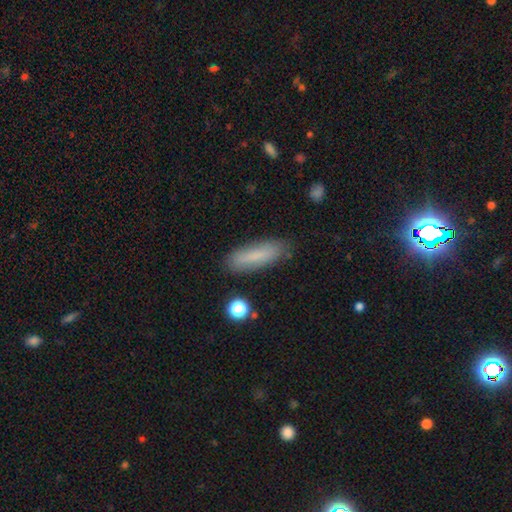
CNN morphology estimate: Smooth or featured?
  - smooth: 78% *
  - featured or disk: 14%
  - star or artifact: 8%
How rounded?
  - cigar-shaped: 64% *
  - in between: 34%
  - round: 2%
Merging?
  - none: 82% *
  - minor disturbance: 13%
  - major disturbance: 3%
  - merger: 2%